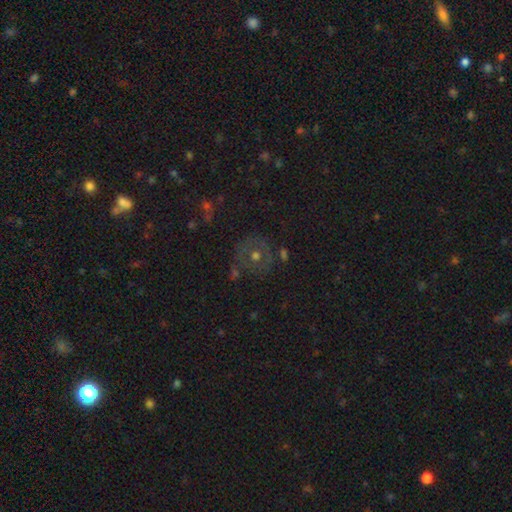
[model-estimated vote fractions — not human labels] Smooth or featured?
  - smooth: 42% *
  - featured or disk: 40%
  - star or artifact: 18%
Merging?
  - none: 71% *
  - minor disturbance: 15%
  - major disturbance: 8%
  - merger: 6%